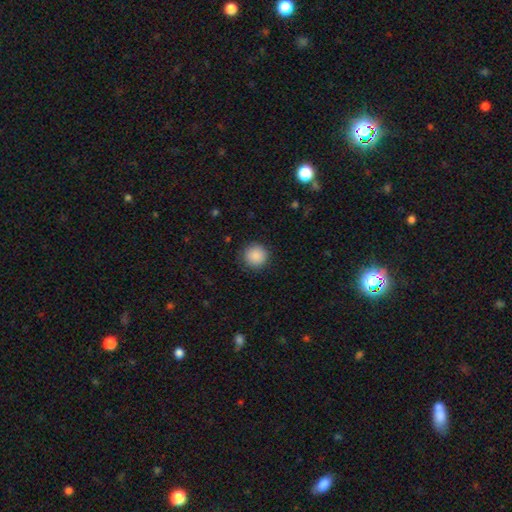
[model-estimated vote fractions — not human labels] Morphology: type=smooth (89%); roundness=round (95%); merging=none (89%).